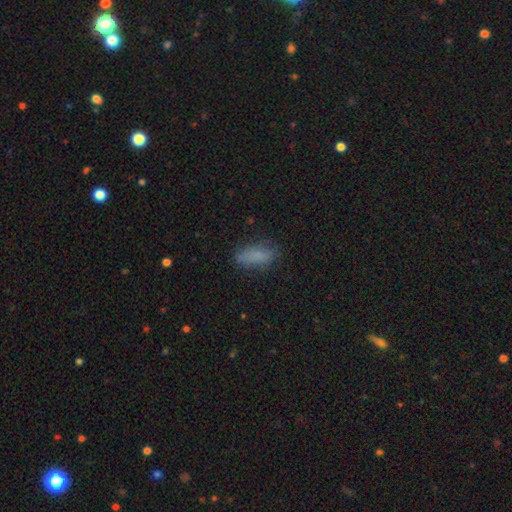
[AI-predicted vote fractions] smooth 79%, featured or disk 11%, star or artifact 10%. Down the decision tree: how rounded — in between (74%); merging — none (67%).